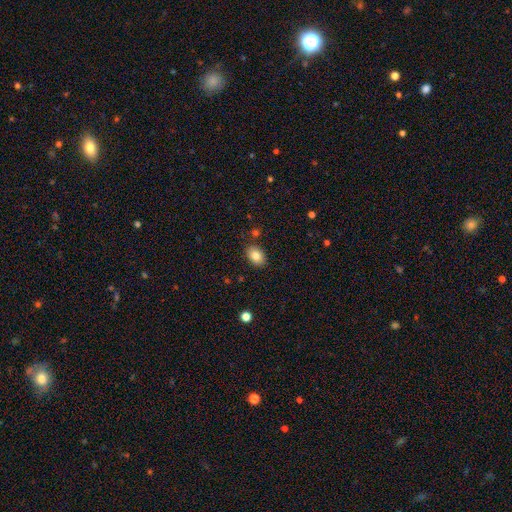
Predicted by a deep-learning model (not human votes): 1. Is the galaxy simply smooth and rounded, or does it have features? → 83% smooth, 9% star or artifact, 9% featured or disk.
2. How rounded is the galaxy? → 79% in between, 20% round, 1% cigar-shaped.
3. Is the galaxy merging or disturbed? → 86% none, 9% minor disturbance, 2% merger, 2% major disturbance.